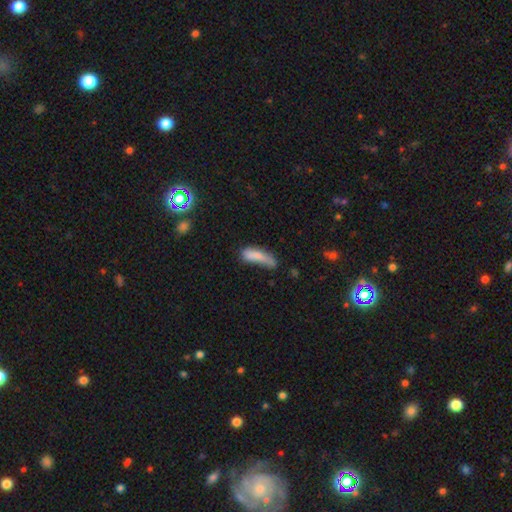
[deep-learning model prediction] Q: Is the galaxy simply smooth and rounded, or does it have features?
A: smooth — 74%.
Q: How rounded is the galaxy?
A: cigar-shaped — 58%.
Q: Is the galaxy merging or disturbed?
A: none — 36%.